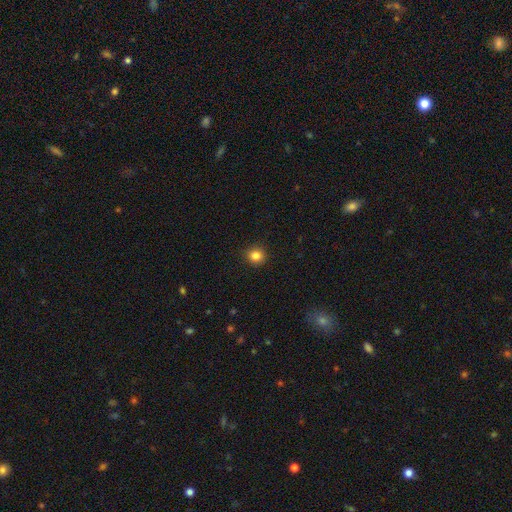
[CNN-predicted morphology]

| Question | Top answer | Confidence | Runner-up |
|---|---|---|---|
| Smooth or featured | smooth | 84% | star or artifact (11%) |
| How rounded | round | 90% | in between (9%) |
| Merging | none | 91% | minor disturbance (6%) |